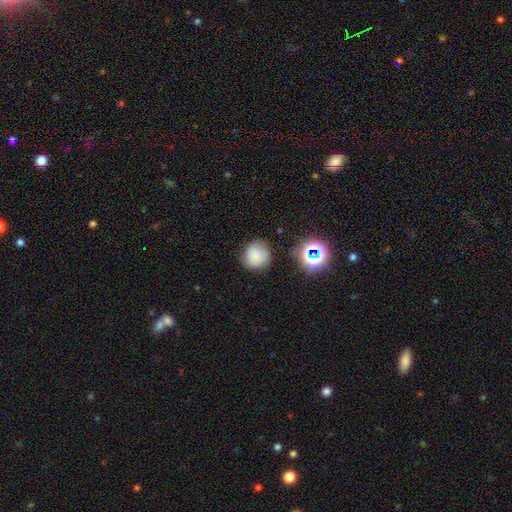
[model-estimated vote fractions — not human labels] Smooth or featured: smooth — 78% (star or artifact — 15%)
How rounded: round — 88% (in between — 12%)
Merging: none — 75% (minor disturbance — 16%)